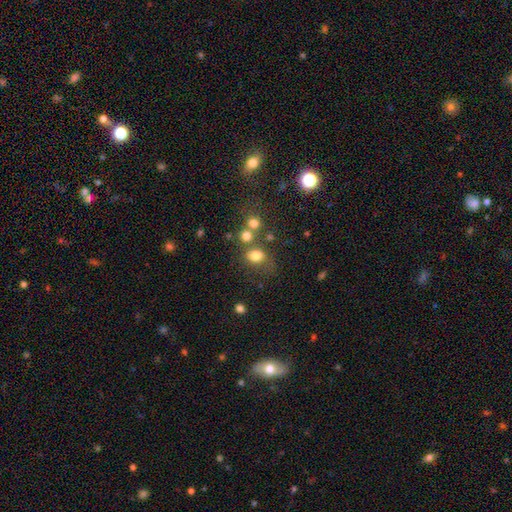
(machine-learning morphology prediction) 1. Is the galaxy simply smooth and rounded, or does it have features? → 76% smooth, 14% star or artifact, 9% featured or disk.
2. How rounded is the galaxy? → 57% round, 42% in between, 1% cigar-shaped.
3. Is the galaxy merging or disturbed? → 50% none, 23% merger, 16% minor disturbance, 11% major disturbance.